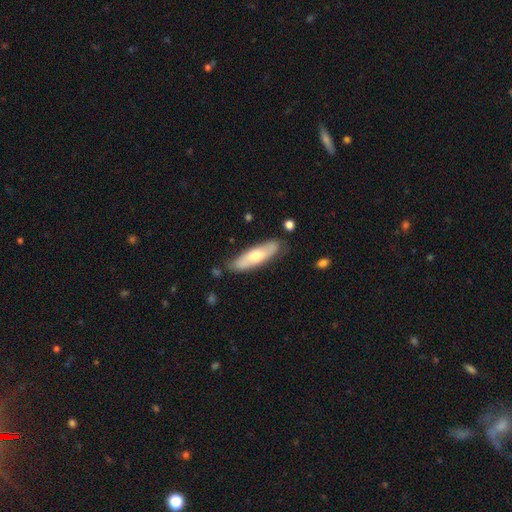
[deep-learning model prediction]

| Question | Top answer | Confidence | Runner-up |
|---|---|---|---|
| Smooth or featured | smooth | 53% | featured or disk (42%) |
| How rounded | cigar-shaped | 52% | in between (46%) |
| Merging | none | 79% | minor disturbance (15%) |